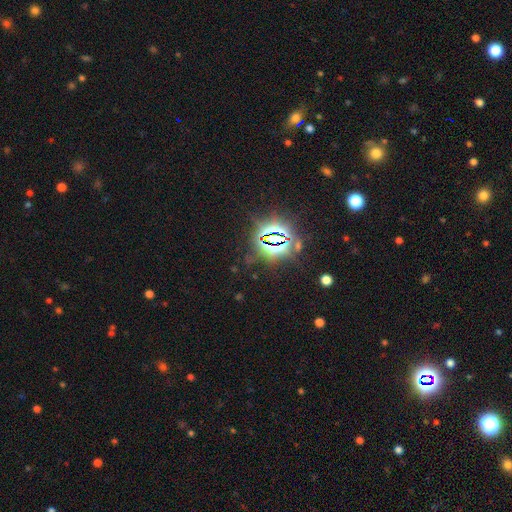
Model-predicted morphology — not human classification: This is clearly a star or artifact rather than a galaxy (83%).